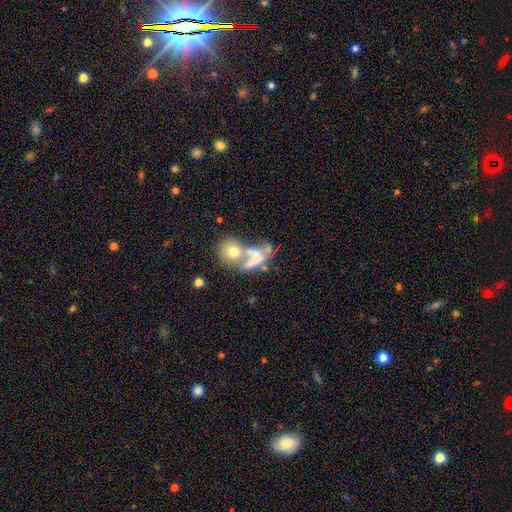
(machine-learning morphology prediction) The model was most divided on "smooth or featured": featured or disk: 44%, smooth: 42%, star or artifact: 13%. More confident: merging — merger (58%).